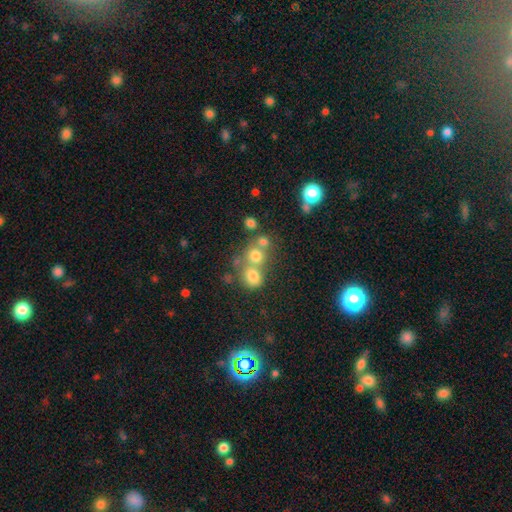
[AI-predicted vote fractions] Smooth or featured? Predicted: smooth (p=0.70). How rounded? Predicted: round (p=0.79). Merging? Predicted: none (p=0.46).